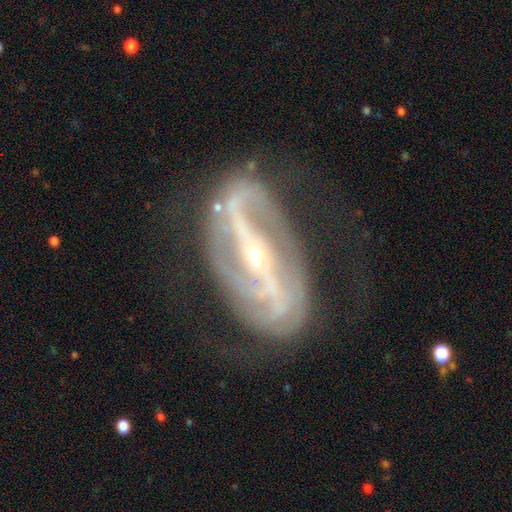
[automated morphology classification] The model was most divided on "spiral winding": medium: 43%, tight: 30%, loose: 27%. More confident: spiral arms — yes (94%); edge-on disk — no (94%); smooth or featured — featured or disk (91%); bulge size — small (78%); spiral arm count — 2 (76%); bar — strong (73%); merging — none (62%).